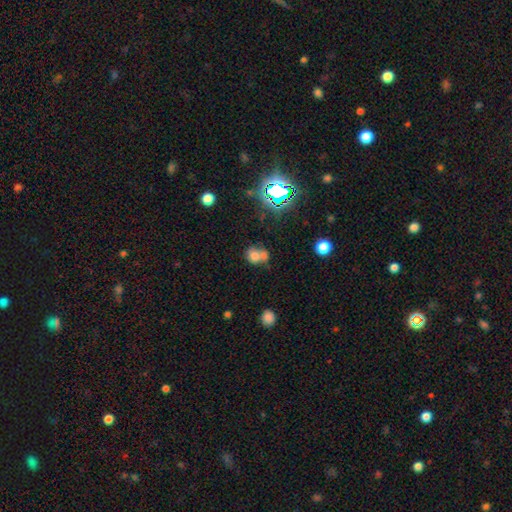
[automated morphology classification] This appears to be a smooth galaxy with no disk features (67%) that is round (64%). Merging: merger (51%).